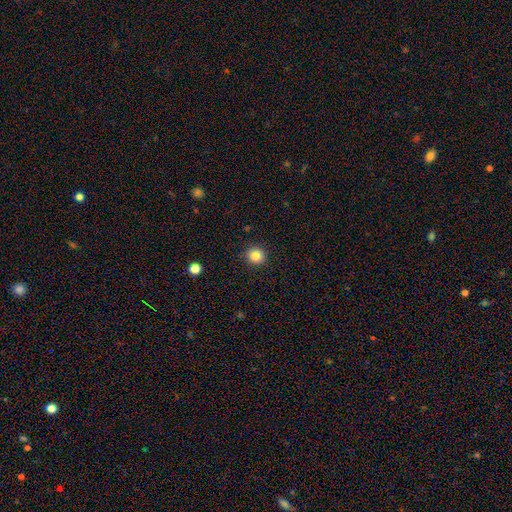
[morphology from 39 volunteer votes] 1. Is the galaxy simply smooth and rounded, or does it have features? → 92% smooth, 5% star or artifact, 3% featured or disk.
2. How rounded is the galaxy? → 97% round, 3% in between, 0% cigar-shaped.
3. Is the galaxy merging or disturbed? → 97% none, 3% minor disturbance, 0% major disturbance, 0% merger.